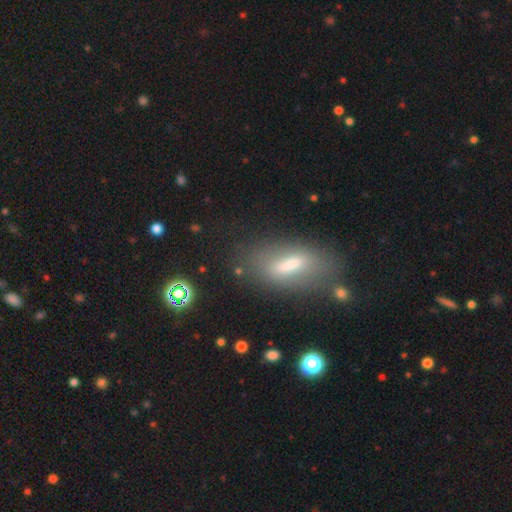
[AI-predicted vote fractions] Smooth or featured: smooth — 51% (featured or disk — 34%)
How rounded: in between — 62% (cigar-shaped — 34%)
Merging: none — 73% (minor disturbance — 16%)